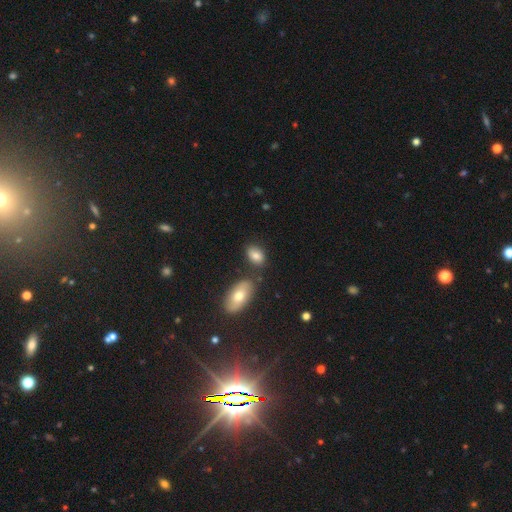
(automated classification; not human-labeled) Smooth or featured? smooth (81%)
How rounded? in between (87%)
Merging? none (70%)